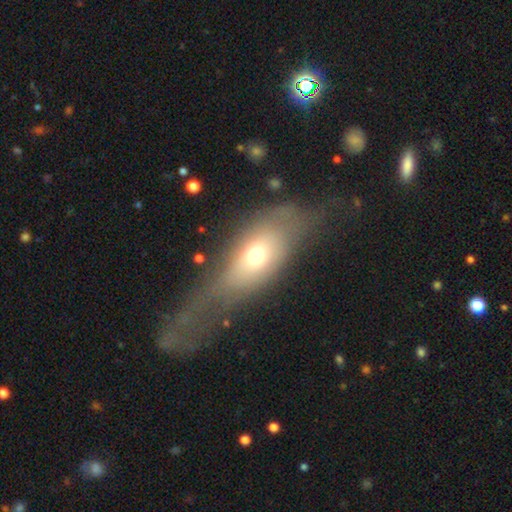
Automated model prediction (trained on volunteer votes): Smooth or featured?
  - smooth: 55% *
  - featured or disk: 35%
  - star or artifact: 10%
How rounded?
  - in between: 74% *
  - cigar-shaped: 16%
  - round: 9%
Merging?
  - major disturbance: 40% *
  - none: 34%
  - minor disturbance: 20%
  - merger: 6%